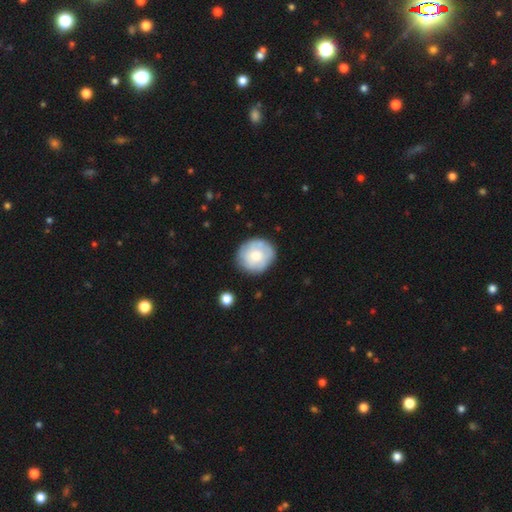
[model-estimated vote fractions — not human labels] Smooth or featured? Predicted: smooth (p=0.61). How rounded? Predicted: round (p=0.86). Merging? Predicted: none (p=0.80).